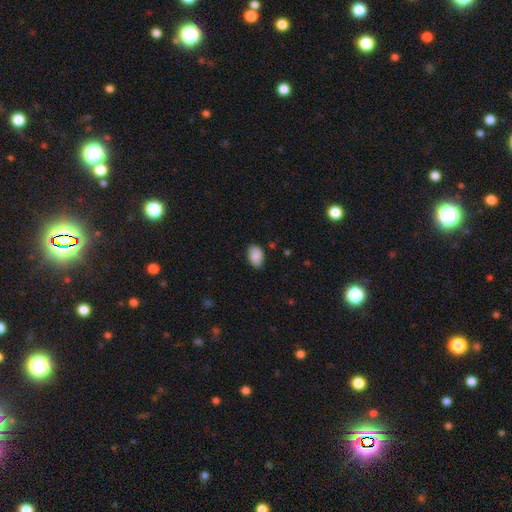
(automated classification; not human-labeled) smooth-or-featured: smooth: 89% | star or artifact: 7% | featured or disk: 4%
  how-rounded: in between: 88% | round: 11% | cigar-shaped: 1%
  merging: none: 81% | minor disturbance: 15% | major disturbance: 3% | merger: 1%